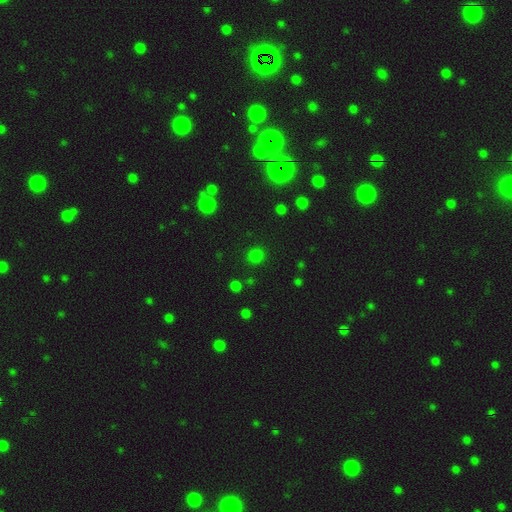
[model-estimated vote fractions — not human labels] A smooth galaxy with no disk features (76%) that is round (88%). Merging: none (88%).